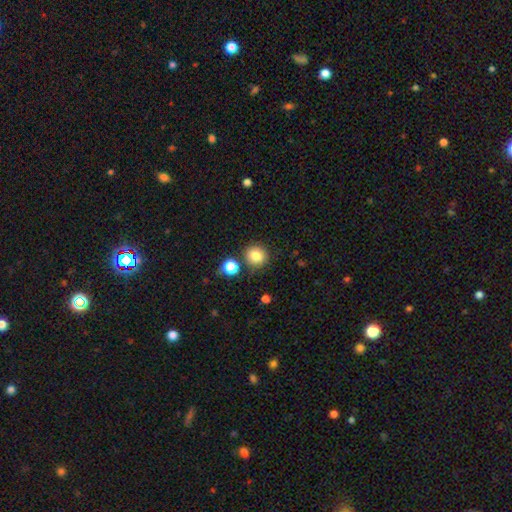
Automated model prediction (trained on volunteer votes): Q: Smooth or featured?
A: smooth (83%); runner-up: star or artifact (11%)
Q: How rounded?
A: round (91%); runner-up: in between (8%)
Q: Merging?
A: none (83%); runner-up: minor disturbance (8%)